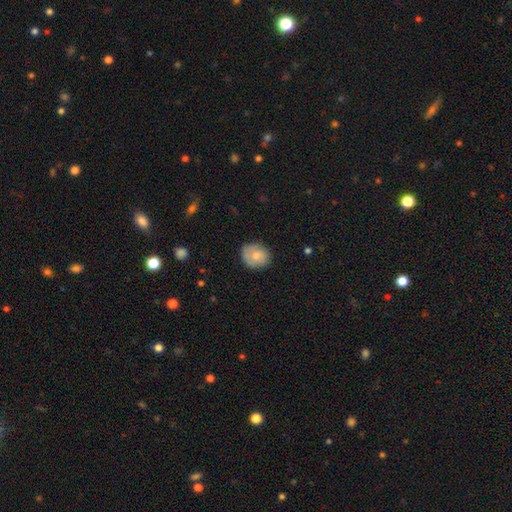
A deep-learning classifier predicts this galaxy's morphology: This is likely a smooth galaxy (74%). How rounded: likely round (71%). Merging: likely none (74%).